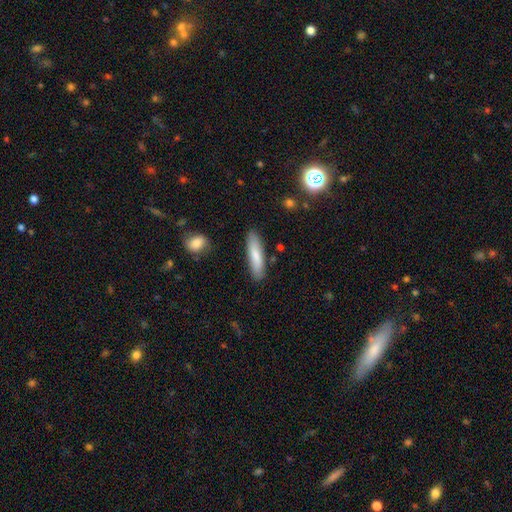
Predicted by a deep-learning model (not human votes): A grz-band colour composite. It shows a smooth galaxy with no disk features (79%) that is cigar-shaped (76%). Merging: none (86%).